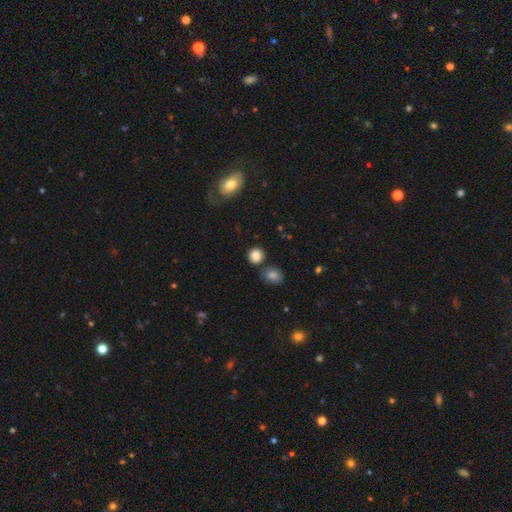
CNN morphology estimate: smooth 86%, star or artifact 9%, featured or disk 5%. Down the decision tree: how rounded — round (83%); merging — none (76%).